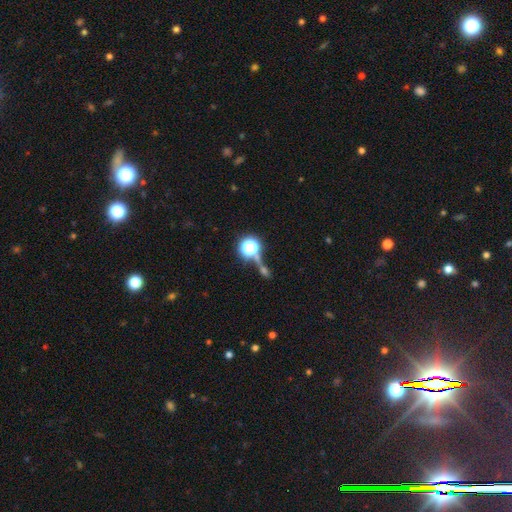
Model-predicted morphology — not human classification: Q: Smooth or featured?
A: star or artifact (56%); runner-up: smooth (34%)